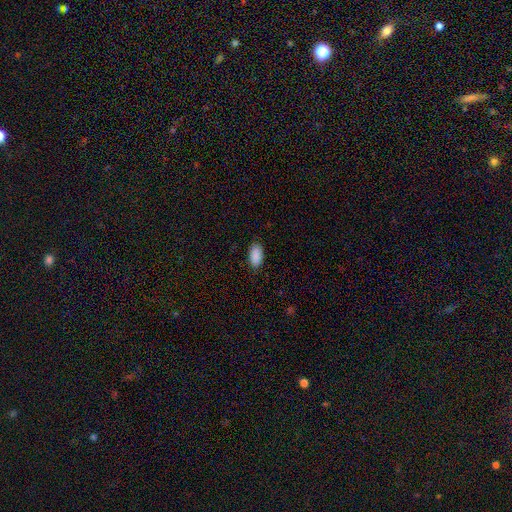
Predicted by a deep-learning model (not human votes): smooth 90%, star or artifact 7%, featured or disk 3%. Down the decision tree: how rounded — in between (95%); merging — none (86%).